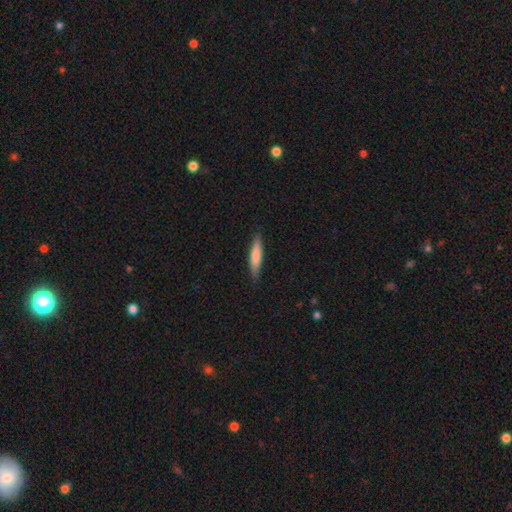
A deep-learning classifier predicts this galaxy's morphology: A smooth galaxy with no disk features (76%) that is cigar-shaped (85%). Merging: none (88%).